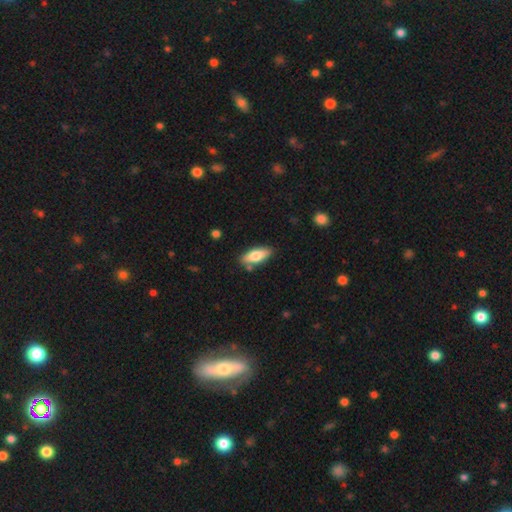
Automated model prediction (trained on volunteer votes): This appears to be a smooth galaxy with no disk features (71%) that is in between round and cigar-shaped (70%). Merging: none (82%).